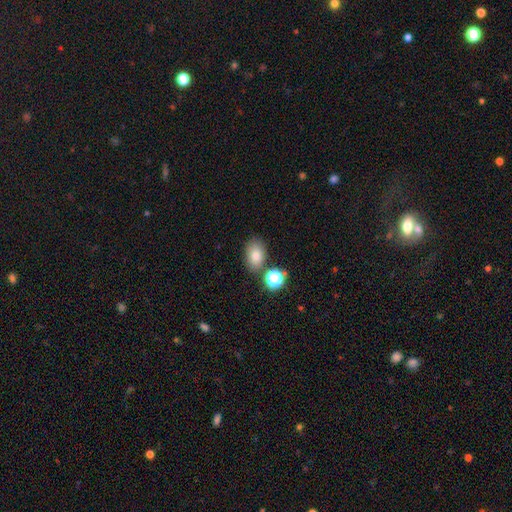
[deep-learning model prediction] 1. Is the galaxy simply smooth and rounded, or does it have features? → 76% smooth, 14% star or artifact, 9% featured or disk.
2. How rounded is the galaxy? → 79% in between, 20% round, 1% cigar-shaped.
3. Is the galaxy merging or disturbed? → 76% none, 12% minor disturbance, 9% merger, 3% major disturbance.